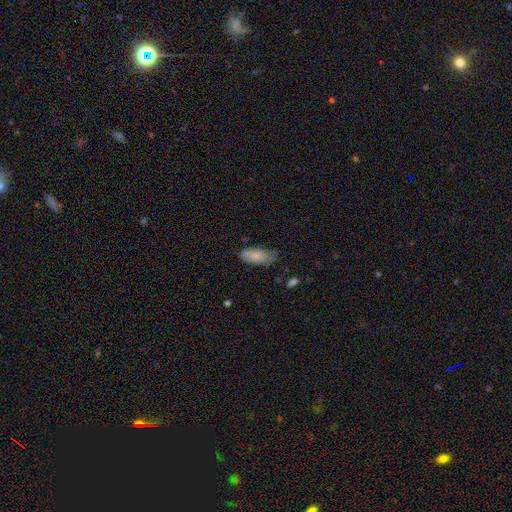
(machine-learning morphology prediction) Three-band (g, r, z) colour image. It shows a smooth galaxy with no disk features (79%) that is in between round and cigar-shaped (88%). Merging: none (57%).